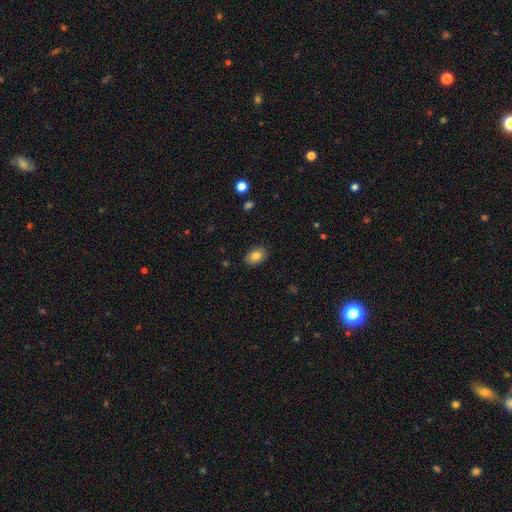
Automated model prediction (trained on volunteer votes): The model was most divided on "smooth or featured": smooth: 81%, featured or disk: 12%, star or artifact: 8%. More confident: how rounded — in between (86%); merging — none (86%).